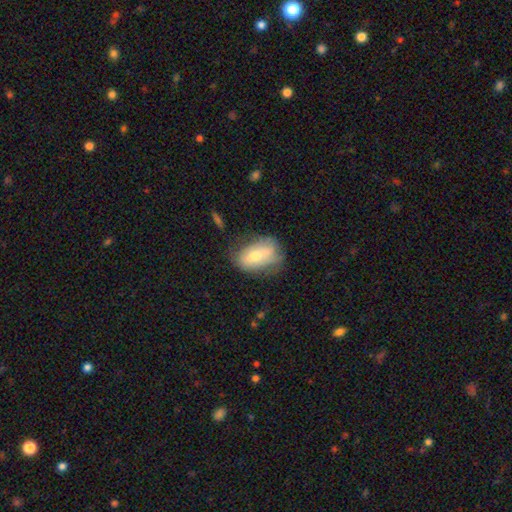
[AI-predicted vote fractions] This appears to be a smooth galaxy with no disk features (63%) that is in between round and cigar-shaped (86%). Merging: none (47%).